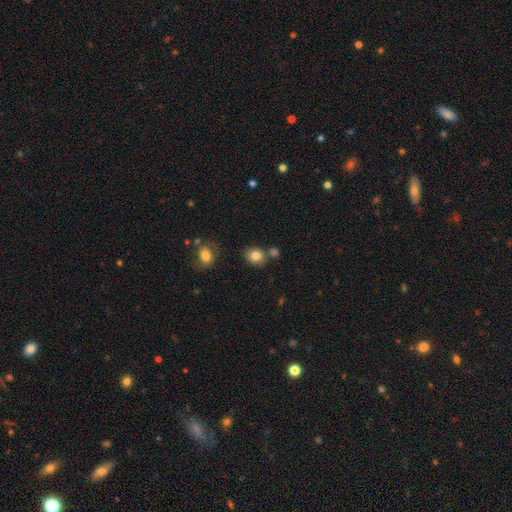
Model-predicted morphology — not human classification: A smooth galaxy with no disk features (82%) that is round (63%).

Vote fractions:
- Smooth or featured? smooth: 82% / star or artifact: 11% / featured or disk: 8%
- How rounded? round: 63% / in between: 36% / cigar-shaped: 1%
- Merging? none: 70% / merger: 14% / minor disturbance: 12% / major disturbance: 3%